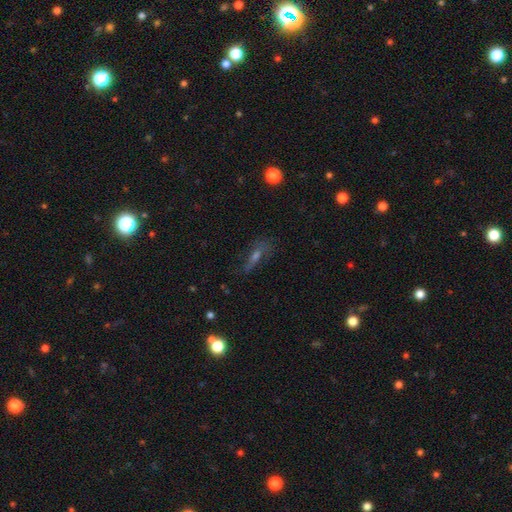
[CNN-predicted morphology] featured or disk 41%, smooth 34%, star or artifact 24%. Down the decision tree: merging — none (52%).